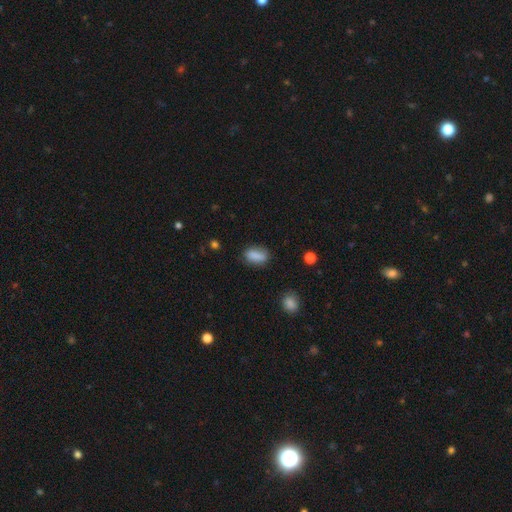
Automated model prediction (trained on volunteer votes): Smooth or featured? Predicted: smooth (p=0.84). How rounded? Predicted: in between (p=0.79). Merging? Predicted: none (p=0.79).